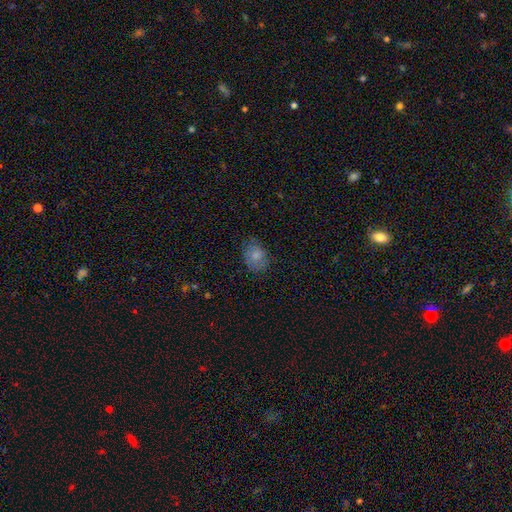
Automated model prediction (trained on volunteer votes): Smooth or featured? smooth (76%)
How rounded? in between (57%)
Merging? none (67%)